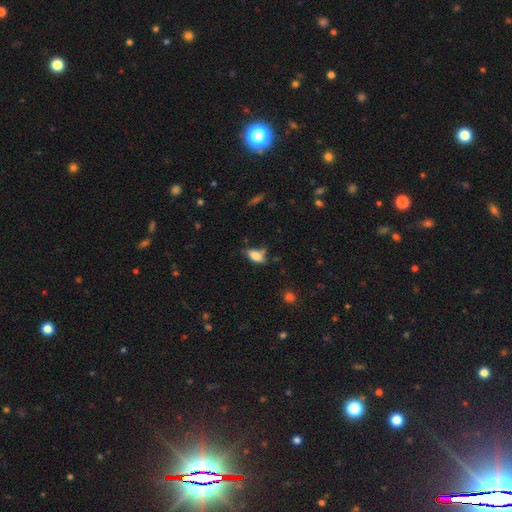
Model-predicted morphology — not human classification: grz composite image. It shows a smooth galaxy with no disk features (79%) that is in between round and cigar-shaped (86%). Merging: none (49%).